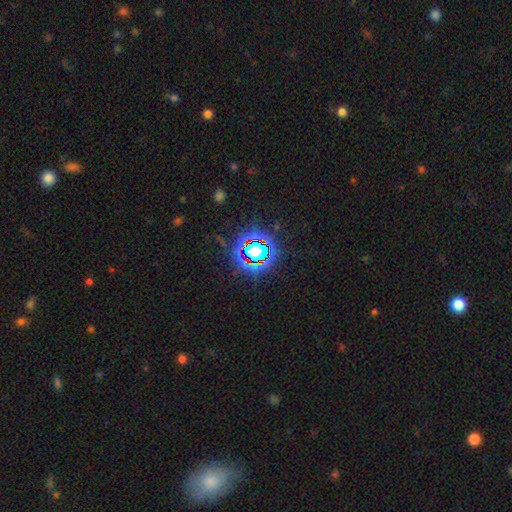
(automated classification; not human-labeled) Morphology: type=star or artifact (75%).